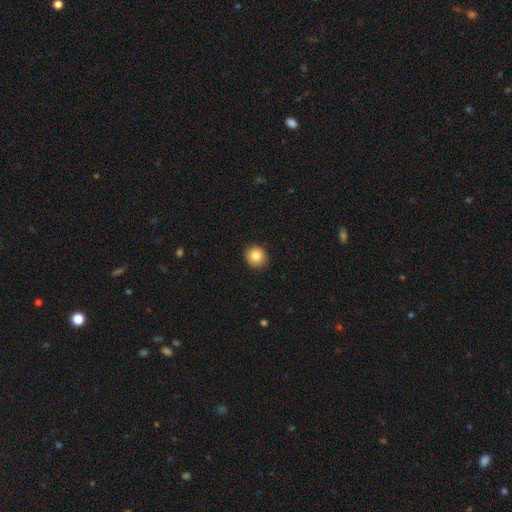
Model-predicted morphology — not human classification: Smooth or featured?
  - smooth: 86% *
  - star or artifact: 9%
  - featured or disk: 5%
How rounded?
  - round: 90% *
  - in between: 9%
  - cigar-shaped: 1%
Merging?
  - none: 92% *
  - minor disturbance: 6%
  - major disturbance: 2%
  - merger: 1%